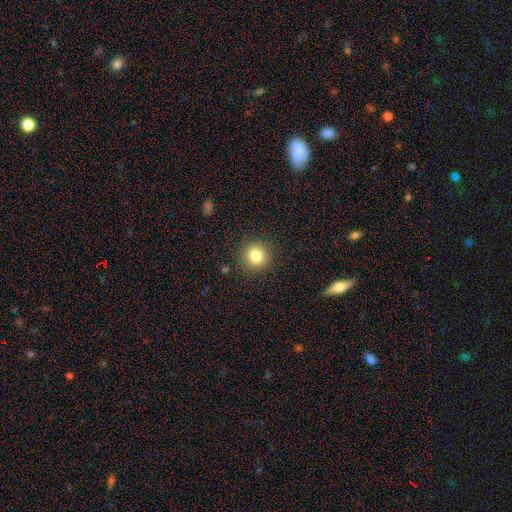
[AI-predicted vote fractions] A smooth galaxy with no disk features (82%) that is round (92%). Merging: none (90%).